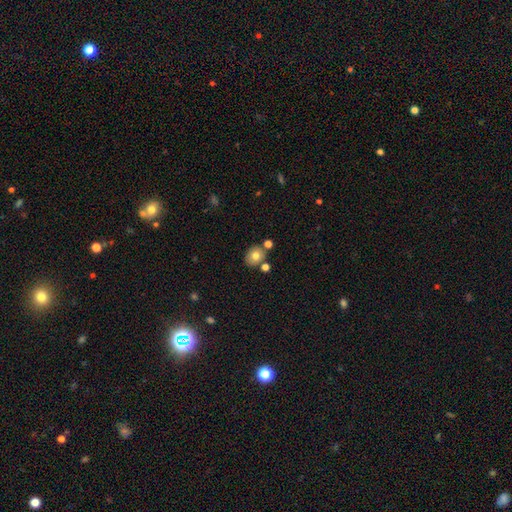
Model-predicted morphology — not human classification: Overall: smooth (74%). How rounded: round (53%; in between 46%). Merging: none (72%).